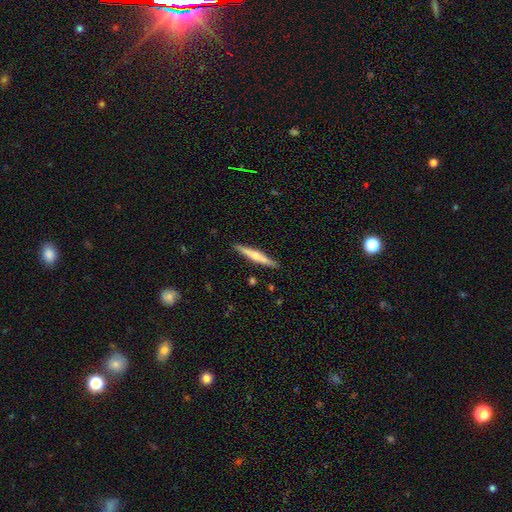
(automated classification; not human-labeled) Smooth or featured? Predicted: featured or disk (p=0.51). Edge-on disk? Predicted: yes (p=0.97). Merging? Predicted: none (p=0.90).